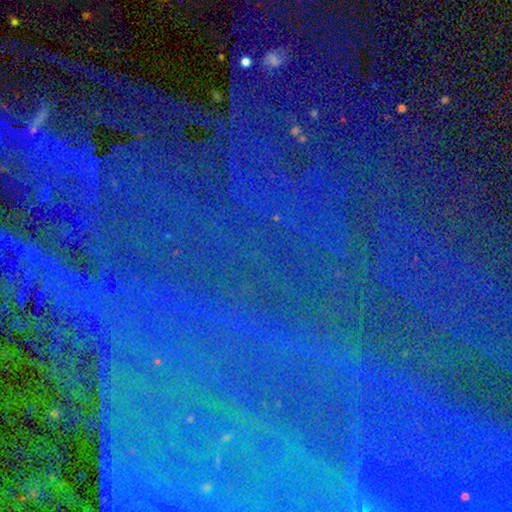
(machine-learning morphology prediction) type=star or artifact (84%).